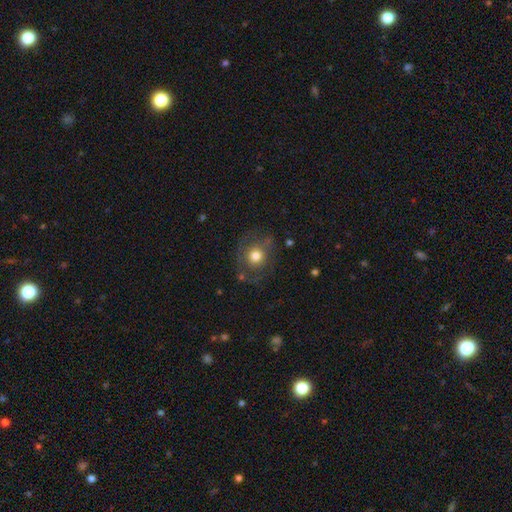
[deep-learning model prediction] Smooth or featured?
  - smooth: 62% *
  - featured or disk: 28%
  - star or artifact: 10%
How rounded?
  - round: 79% *
  - in between: 20%
  - cigar-shaped: 1%
Merging?
  - none: 69% *
  - minor disturbance: 17%
  - major disturbance: 11%
  - merger: 2%